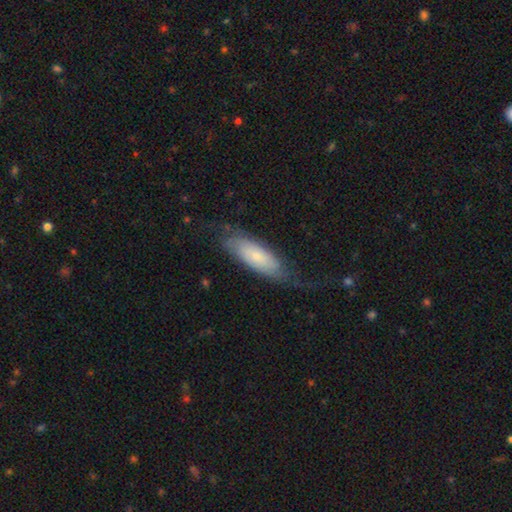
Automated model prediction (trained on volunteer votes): This is possibly a smooth galaxy (48%). Merging: possibly none (57%).